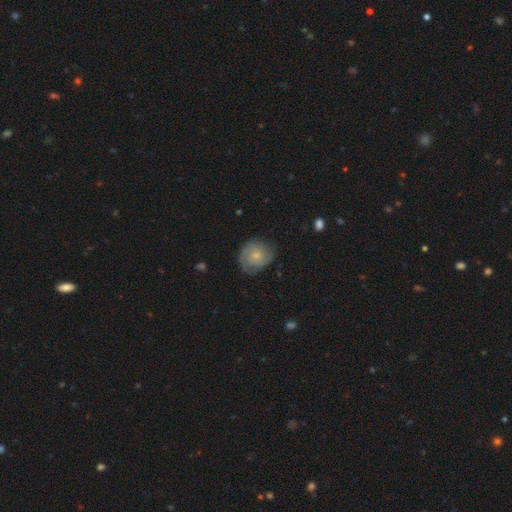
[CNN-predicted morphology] smooth-or-featured: featured or disk: 47% | smooth: 46% | star or artifact: 7%
  merging: none: 65% | minor disturbance: 25% | major disturbance: 9% | merger: 1%